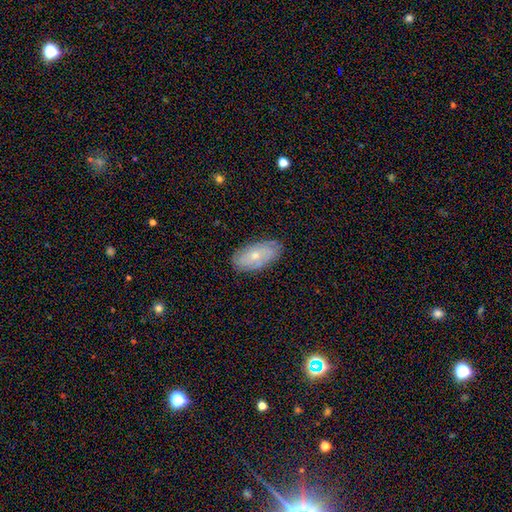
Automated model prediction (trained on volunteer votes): A smooth galaxy with no disk features (49%).

Vote fractions:
- Smooth or featured? smooth: 49% / featured or disk: 44% / star or artifact: 7%
- Merging? none: 81% / minor disturbance: 15% / major disturbance: 3% / merger: 1%